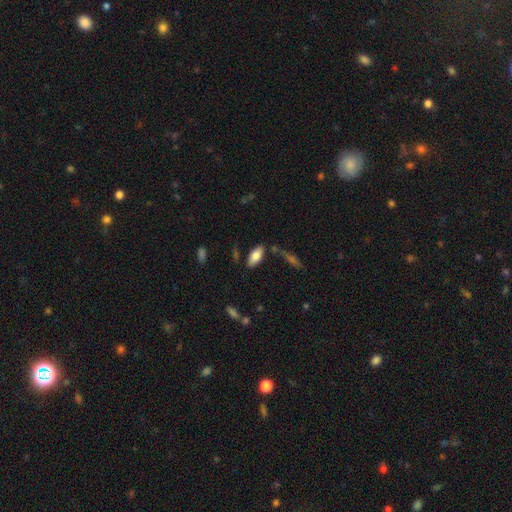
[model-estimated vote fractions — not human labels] Smooth or featured? smooth (77%)
How rounded? in between (86%)
Merging? none (80%)